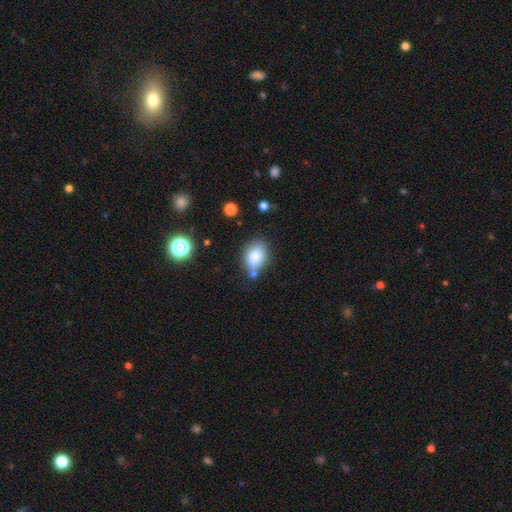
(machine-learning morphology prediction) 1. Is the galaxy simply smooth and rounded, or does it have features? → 81% smooth, 10% featured or disk, 9% star or artifact.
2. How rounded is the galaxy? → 77% in between, 22% round, 2% cigar-shaped.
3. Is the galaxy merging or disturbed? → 64% none, 19% minor disturbance, 12% merger, 5% major disturbance.